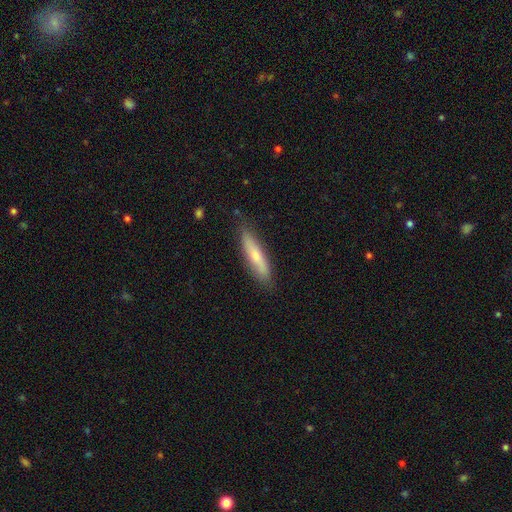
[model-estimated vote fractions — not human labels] Smooth or featured? Predicted: smooth (p=0.58). How rounded? Predicted: cigar-shaped (p=0.79). Merging? Predicted: none (p=0.82).